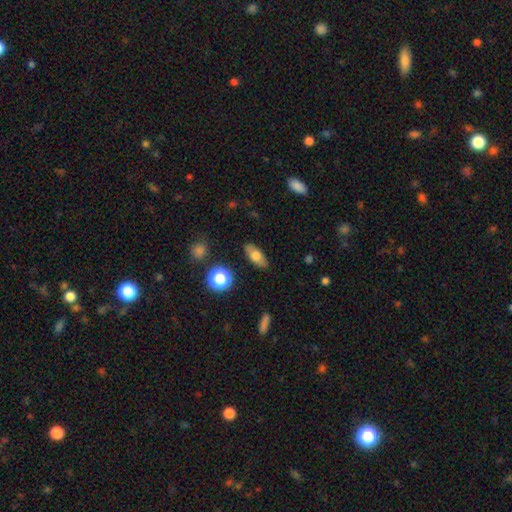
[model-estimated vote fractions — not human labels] Smooth or featured?
  - smooth: 69% *
  - featured or disk: 21%
  - star or artifact: 10%
How rounded?
  - in between: 77% *
  - cigar-shaped: 15%
  - round: 8%
Merging?
  - none: 84% *
  - minor disturbance: 11%
  - major disturbance: 3%
  - merger: 2%